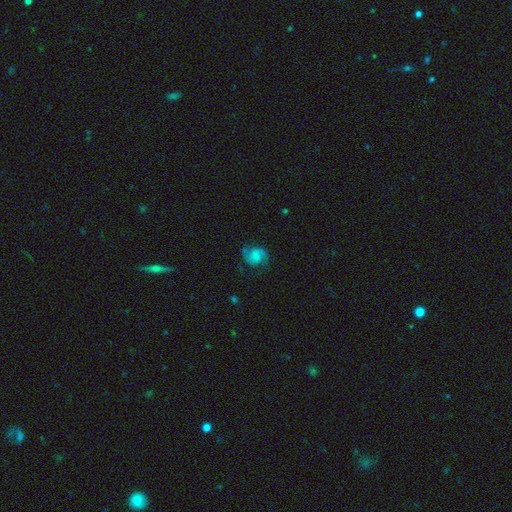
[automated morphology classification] Overall: featured or disk (78%). Edge-on disk: no (98%). Bar: no (48%; weak 44%). Spiral arms: yes (96%). Spiral arm count: 2 (90%). Spiral winding: medium (55%; loose 23%). Bulge size: small (35%; moderate 31%). Merging: none (77%).